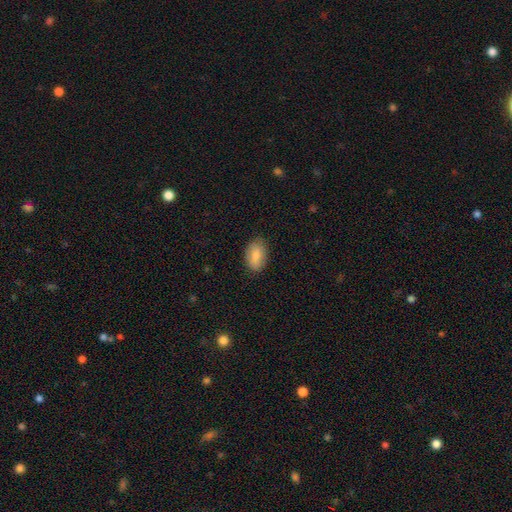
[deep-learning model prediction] This appears to be a smooth galaxy with no disk features (84%) that is in between round and cigar-shaped (91%). Merging: none (82%).